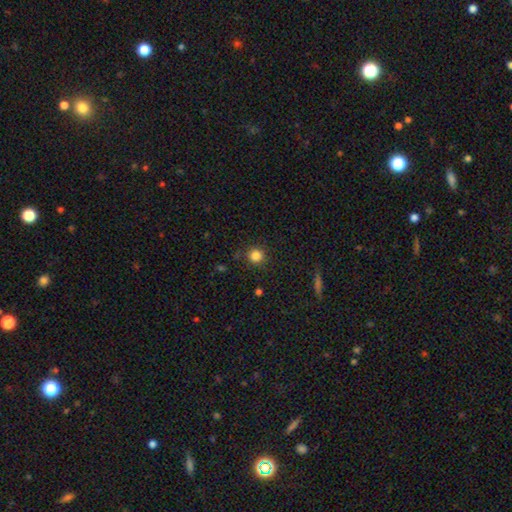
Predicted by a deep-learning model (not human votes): Overall: smooth (84%). How rounded: round (93%). Merging: none (87%).